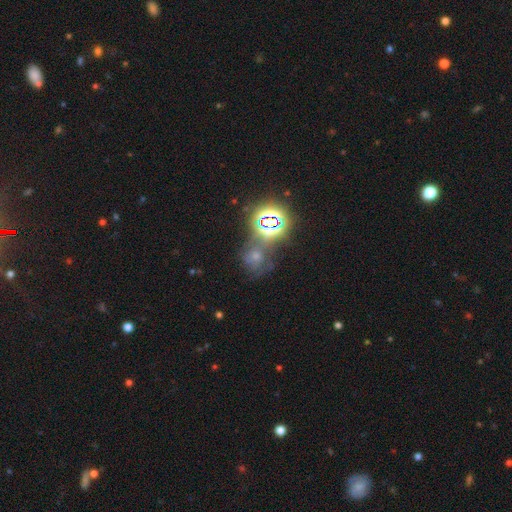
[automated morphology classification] Q: Smooth or featured?
A: star or artifact (47%); runner-up: smooth (37%)